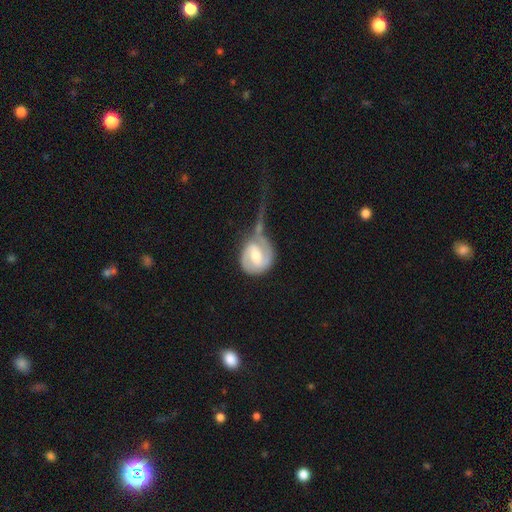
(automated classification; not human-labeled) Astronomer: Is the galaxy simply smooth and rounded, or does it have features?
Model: featured or disk — 76%.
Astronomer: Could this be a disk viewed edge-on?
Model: no — 98%.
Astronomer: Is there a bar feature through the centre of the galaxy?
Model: weak — 54%.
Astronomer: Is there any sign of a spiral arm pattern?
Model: yes — 90%.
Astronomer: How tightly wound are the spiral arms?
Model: medium — 41% (runner-up: tight, 39%).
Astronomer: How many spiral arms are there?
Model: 2 — 75%.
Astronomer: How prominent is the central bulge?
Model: moderate — 62%.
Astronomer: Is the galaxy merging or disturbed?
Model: major disturbance — 30% (runner-up: none, 29%).